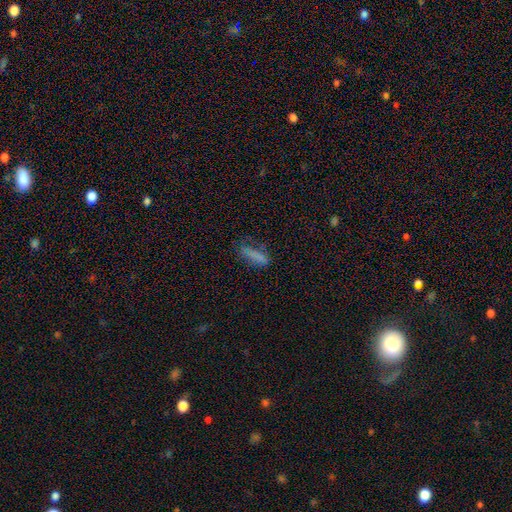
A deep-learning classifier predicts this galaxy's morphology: Smooth or featured: smooth — 73% (star or artifact — 15%)
How rounded: cigar-shaped — 53% (in between — 44%)
Merging: none — 52% (minor disturbance — 27%)